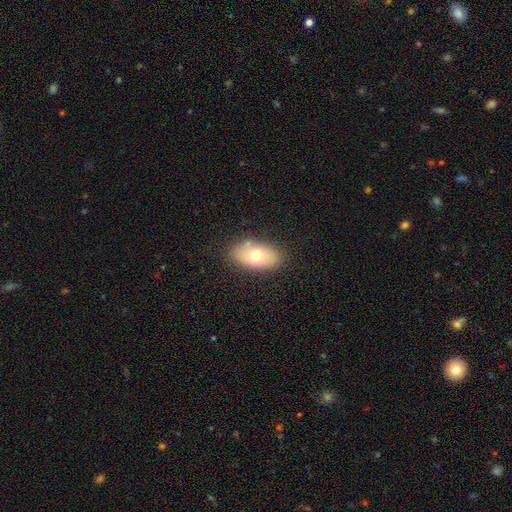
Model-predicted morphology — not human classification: A smooth galaxy with no disk features (67%) that is in between round and cigar-shaped (90%). Merging: none (80%).